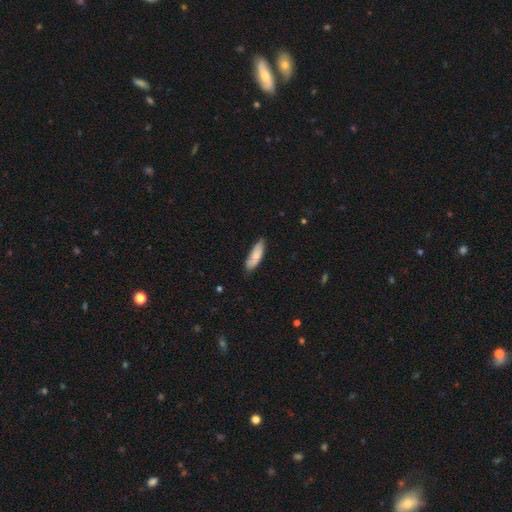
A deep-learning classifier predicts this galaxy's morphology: type=smooth (82%); roundness=in between (53%); merging=none (77%).